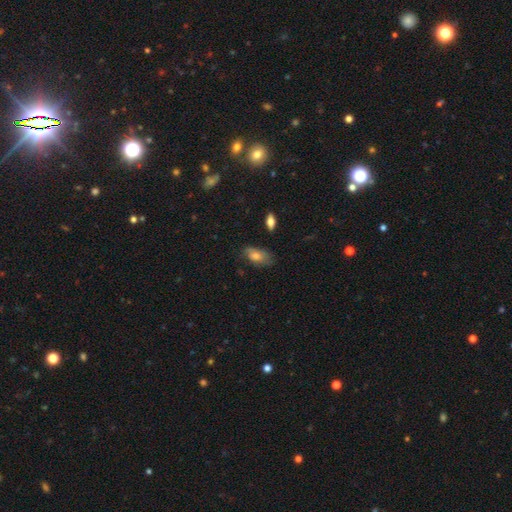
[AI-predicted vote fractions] Morphology: type=smooth (68%); roundness=in between (89%); merging=none (63%).